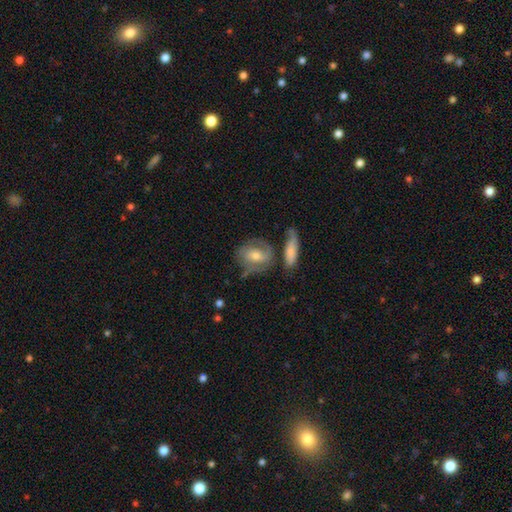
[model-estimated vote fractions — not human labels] This appears to be a featured or disk galaxy (64%) with no bar (53%), spiral arms (81%) and a moderate central bulge (53%). Merging: none (53%).